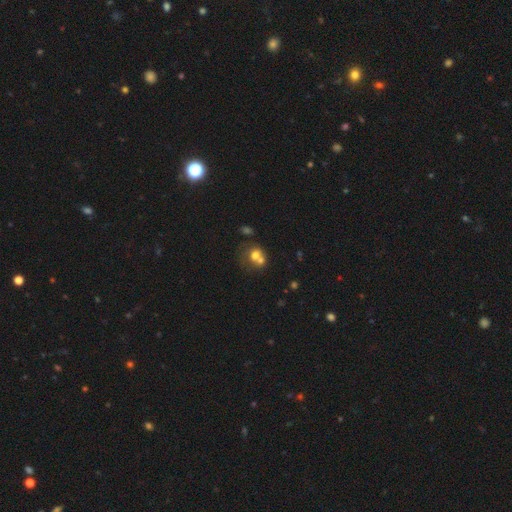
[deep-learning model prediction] Smooth or featured?
  - smooth: 65% *
  - featured or disk: 23%
  - star or artifact: 13%
How rounded?
  - round: 68% *
  - in between: 31%
  - cigar-shaped: 1%
Merging?
  - merger: 56% *
  - none: 30%
  - minor disturbance: 9%
  - major disturbance: 5%